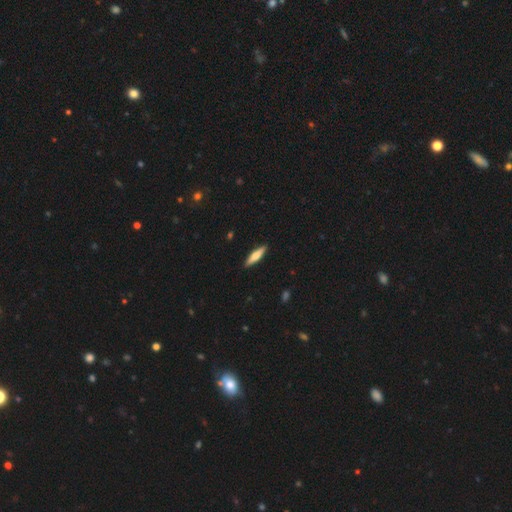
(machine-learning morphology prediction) smooth_or_featured: smooth (p=0.58) [alt: featured or disk p=0.36]
how_rounded: cigar-shaped (p=0.74) [alt: in between p=0.24]
merging: none (p=0.90) [alt: minor disturbance p=0.07]